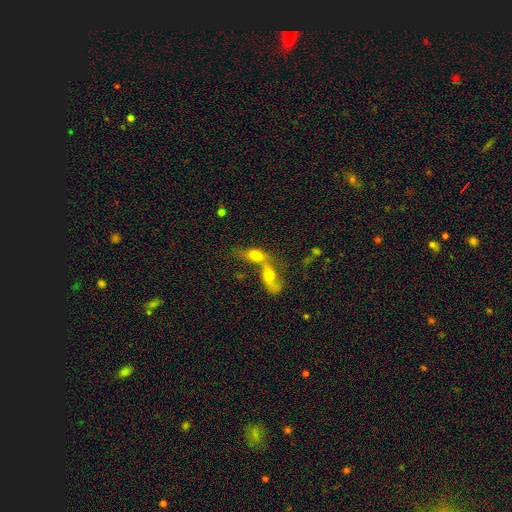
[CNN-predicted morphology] Smooth or featured: smooth — 65% (featured or disk — 24%)
How rounded: in between — 74% (round — 13%)
Merging: merger — 74% (none — 15%)